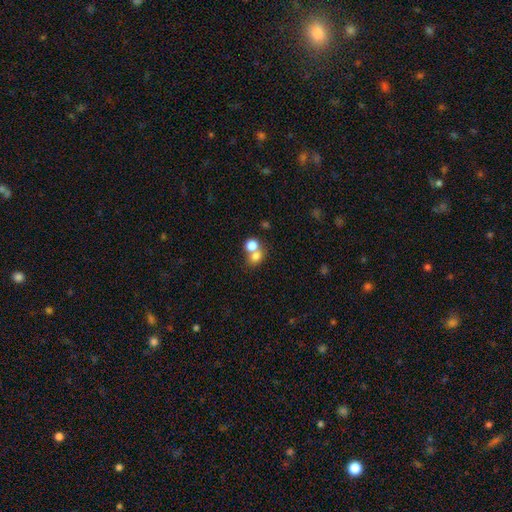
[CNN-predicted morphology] smooth 77%, featured or disk 12%, star or artifact 12%. Down the decision tree: how rounded — round (66%); merging — merger (56%).